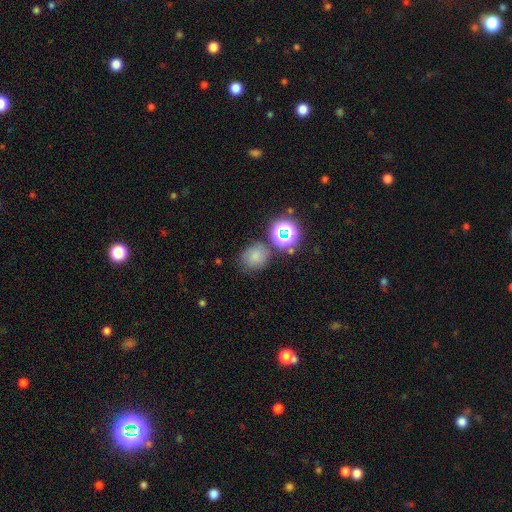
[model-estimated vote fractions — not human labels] Overall: smooth (71%). How rounded: round (73%). Merging: none (69%).